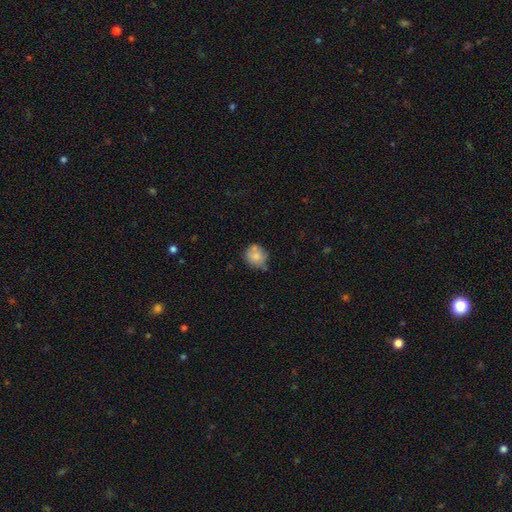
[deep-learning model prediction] A smooth galaxy with no disk features (78%) that is round (82%). Merging: none (60%).